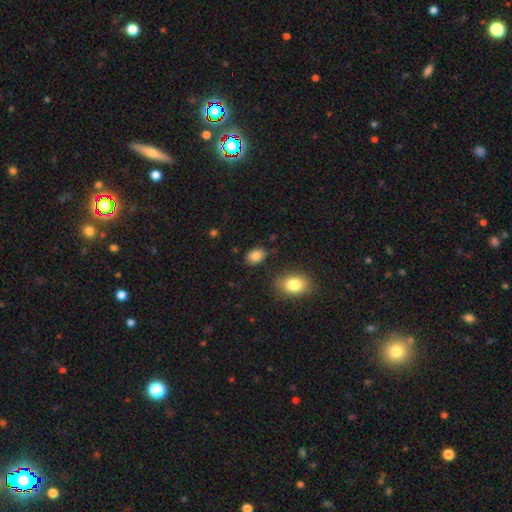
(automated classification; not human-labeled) Morphology: type=smooth (85%); roundness=in between (84%); merging=none (82%).